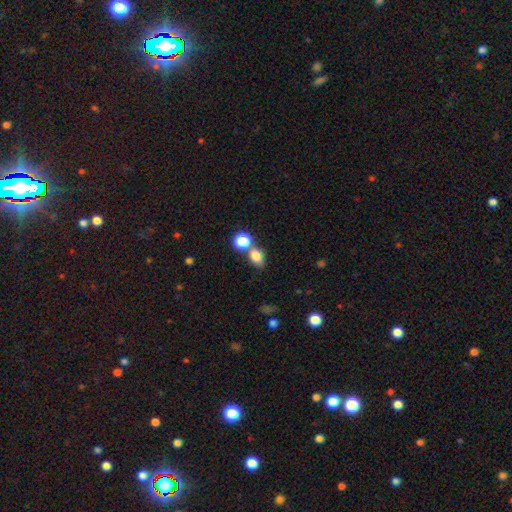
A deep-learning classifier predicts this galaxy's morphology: Smooth or featured?
  - smooth: 79% *
  - star or artifact: 14%
  - featured or disk: 7%
How rounded?
  - in between: 59% *
  - round: 39%
  - cigar-shaped: 1%
Merging?
  - none: 57% *
  - merger: 29%
  - minor disturbance: 11%
  - major disturbance: 4%